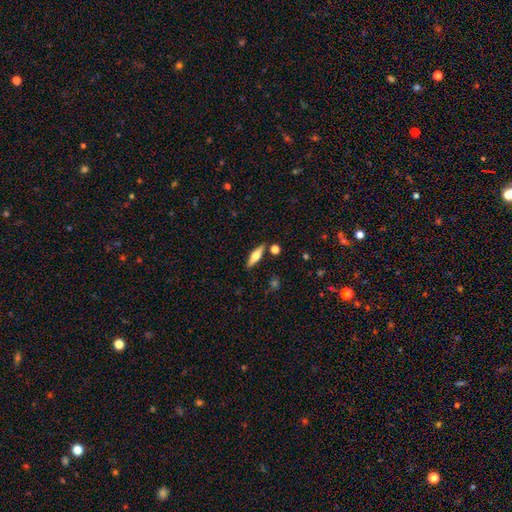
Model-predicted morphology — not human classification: type=featured or disk (49%); merging=none (84%).